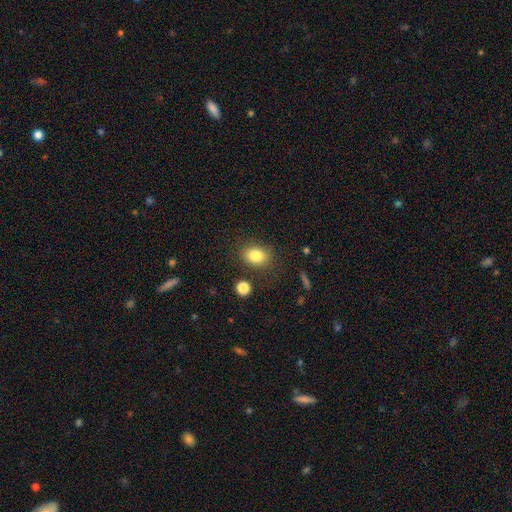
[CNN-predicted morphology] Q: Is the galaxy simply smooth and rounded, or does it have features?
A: smooth — 84%.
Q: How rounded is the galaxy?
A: in between — 61%.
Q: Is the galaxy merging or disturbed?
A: none — 82%.